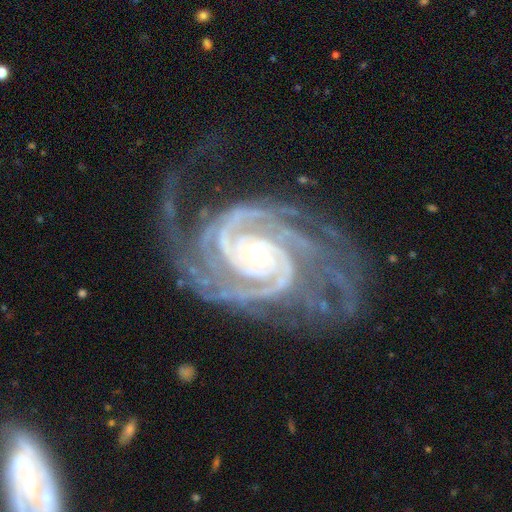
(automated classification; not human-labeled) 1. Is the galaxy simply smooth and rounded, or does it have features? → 94% featured or disk, 4% star or artifact, 2% smooth.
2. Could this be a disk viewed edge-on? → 98% no, 2% yes.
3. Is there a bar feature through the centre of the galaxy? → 64% no, 21% weak, 16% strong.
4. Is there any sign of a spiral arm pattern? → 99% yes, 1% no.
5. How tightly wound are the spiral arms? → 69% tight, 26% medium, 4% loose.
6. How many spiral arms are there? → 34% 2, 22% 3, 15% 4, 11% can't tell, 10% more than 4, 8% 1.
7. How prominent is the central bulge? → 69% small, 26% moderate, 3% large, 1% none, 1% dominant.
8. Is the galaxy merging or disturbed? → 60% none, 19% major disturbance, 18% minor disturbance, 2% merger.